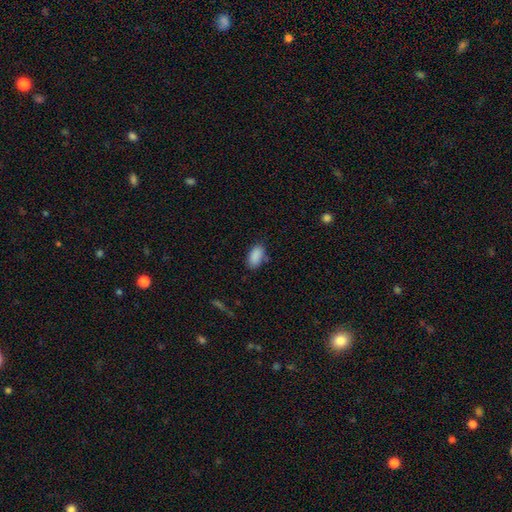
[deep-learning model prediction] A smooth galaxy with no disk features (88%) that is in between round and cigar-shaped (92%).

Vote fractions:
- Smooth or featured? smooth: 88% / star or artifact: 8% / featured or disk: 4%
- How rounded? in between: 92% / round: 4% / cigar-shaped: 3%
- Merging? none: 75% / minor disturbance: 18% / major disturbance: 4% / merger: 3%